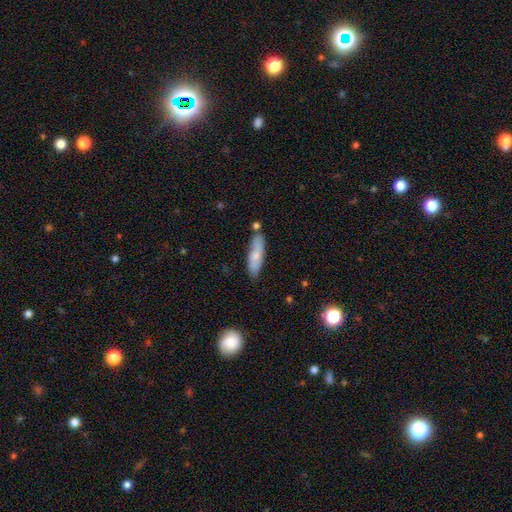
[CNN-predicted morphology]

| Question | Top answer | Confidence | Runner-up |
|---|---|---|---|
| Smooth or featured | smooth | 70% | featured or disk (23%) |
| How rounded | cigar-shaped | 56% | in between (42%) |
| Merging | none | 73% | minor disturbance (17%) |